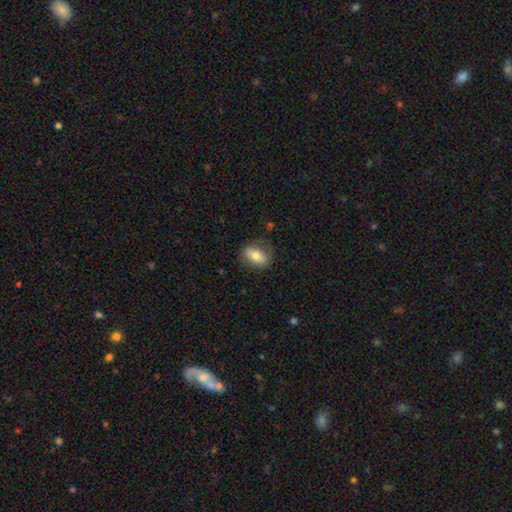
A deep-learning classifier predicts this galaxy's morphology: smooth 73%, featured or disk 20%, star or artifact 7%. Down the decision tree: how rounded — in between (85%); merging — none (72%).